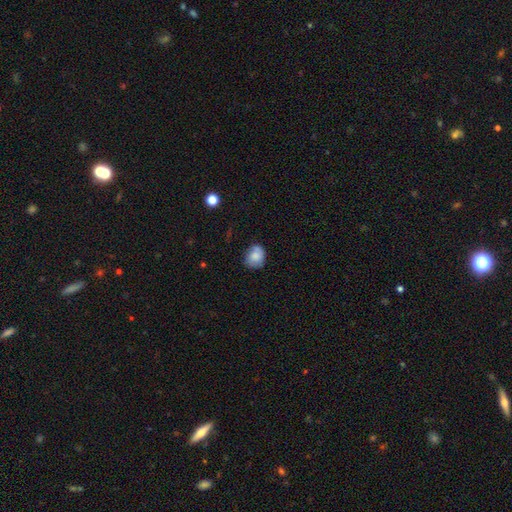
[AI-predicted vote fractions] Morphology: type=smooth (77%); roundness=round (59%); merging=none (64%).